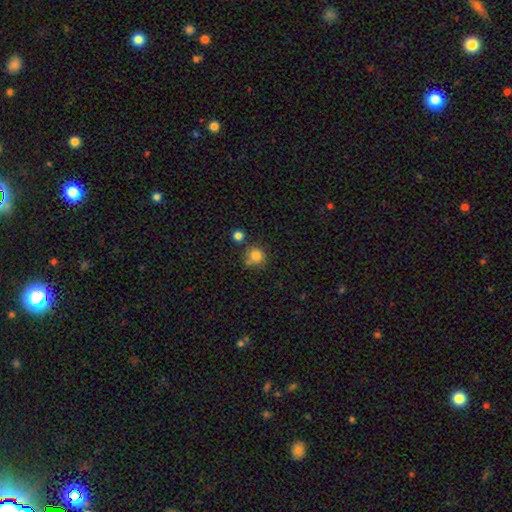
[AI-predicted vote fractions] The model was most divided on "merging": none: 70%, minor disturbance: 16%, merger: 10%, major disturbance: 4%. More confident: how rounded — round (90%); smooth or featured — smooth (82%).